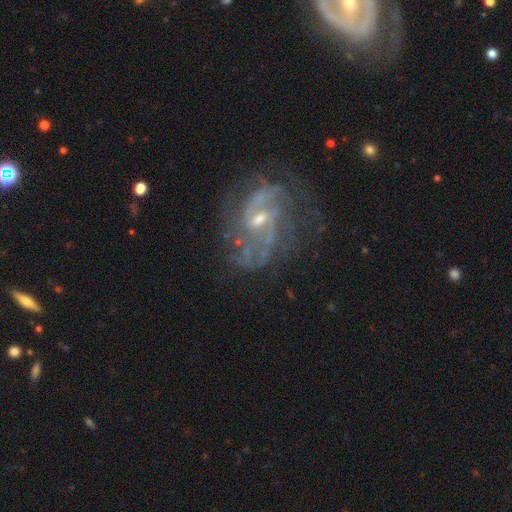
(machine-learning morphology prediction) A featured or disk galaxy (83%) with a weak bar (49%), 2 (41%) medium (45%) spiral arms (92%) and a small central bulge (59%). Merging: none (66%).